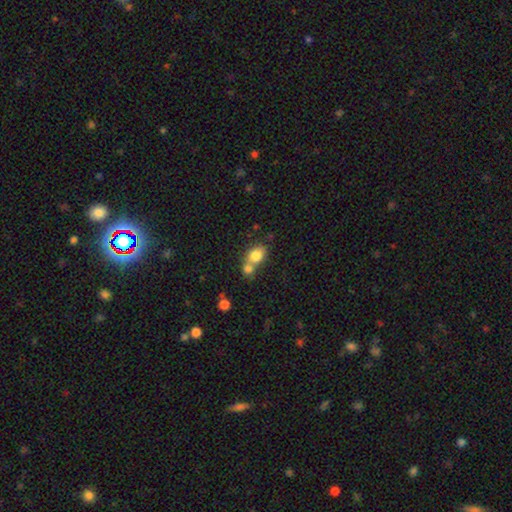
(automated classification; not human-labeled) A smooth galaxy with no disk features (80%) that is in between round and cigar-shaped (61%). Merging: merger (53%).